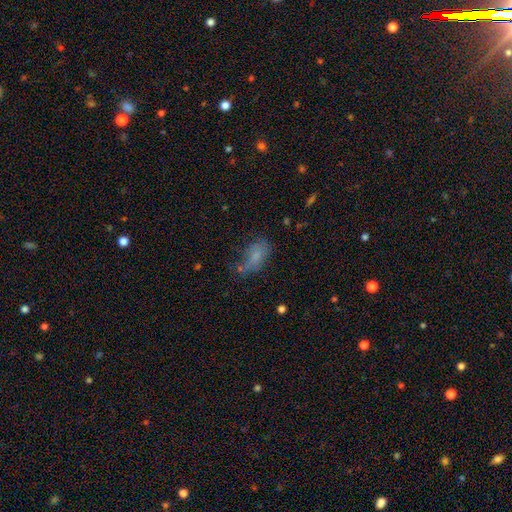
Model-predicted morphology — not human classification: A smooth galaxy with no disk features (70%) that is in between round and cigar-shaped (87%). Merging: none (41%).